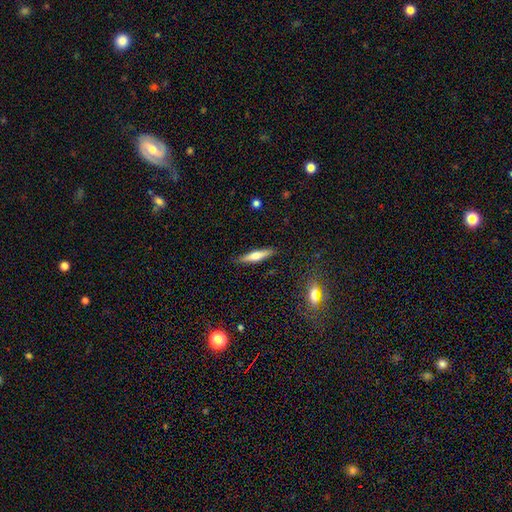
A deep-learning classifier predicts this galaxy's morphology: Overall: smooth (53%; featured or disk 41%). How rounded: cigar-shaped (82%). Merging: none (88%).